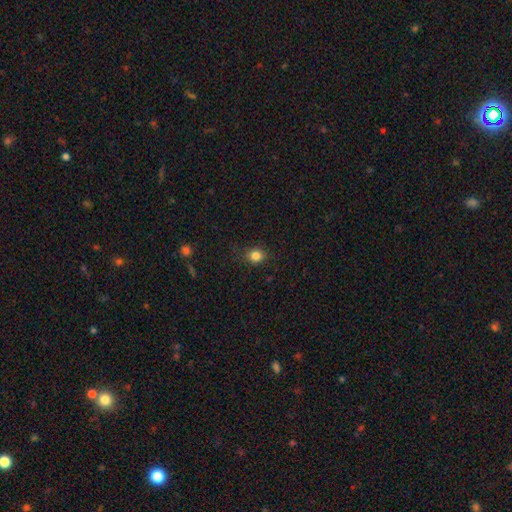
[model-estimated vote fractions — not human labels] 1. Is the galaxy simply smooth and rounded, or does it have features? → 83% smooth, 12% star or artifact, 5% featured or disk.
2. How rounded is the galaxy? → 70% round, 29% in between, 1% cigar-shaped.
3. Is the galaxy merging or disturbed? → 83% none, 12% minor disturbance, 3% major disturbance, 1% merger.